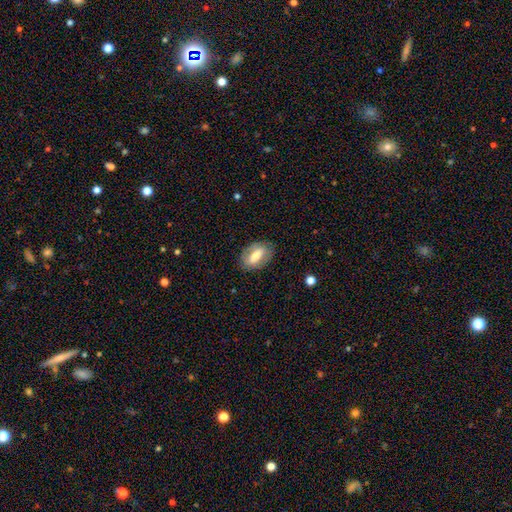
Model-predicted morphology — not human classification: Smooth or featured? smooth (56%)
How rounded? in between (89%)
Merging? none (81%)